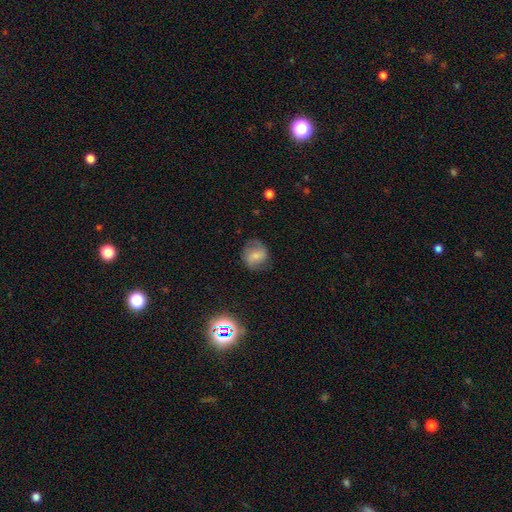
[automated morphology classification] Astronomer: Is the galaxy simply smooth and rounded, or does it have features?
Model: smooth — 52% (runner-up: featured or disk, 37%).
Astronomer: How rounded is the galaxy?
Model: round — 75%.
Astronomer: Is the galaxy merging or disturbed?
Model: none — 73%.